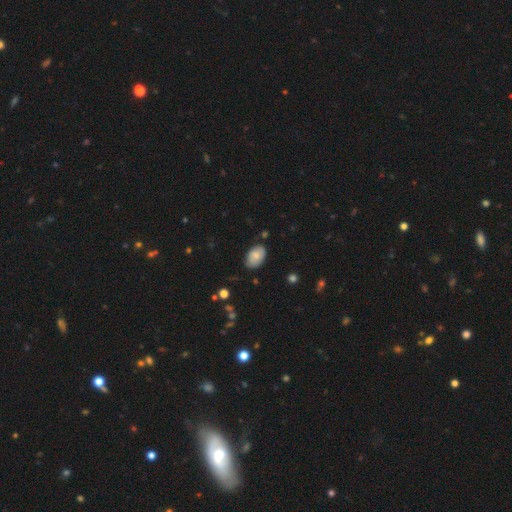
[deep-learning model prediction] Q: Smooth or featured?
A: smooth (79%); runner-up: featured or disk (14%)
Q: How rounded?
A: in between (89%); runner-up: round (10%)
Q: Merging?
A: none (76%); runner-up: minor disturbance (20%)